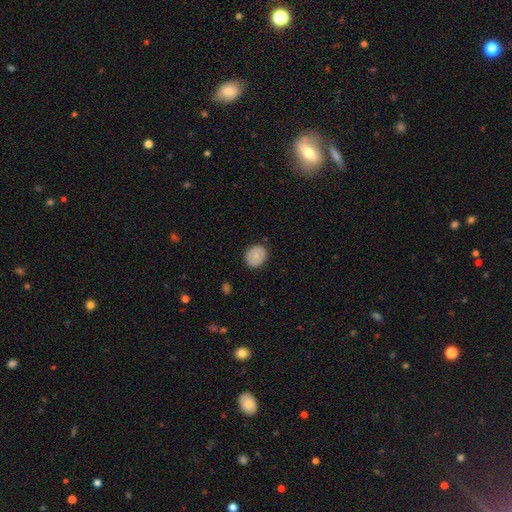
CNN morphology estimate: Smooth or featured? Predicted: smooth (p=0.79). How rounded? Predicted: round (p=0.64). Merging? Predicted: none (p=0.83).